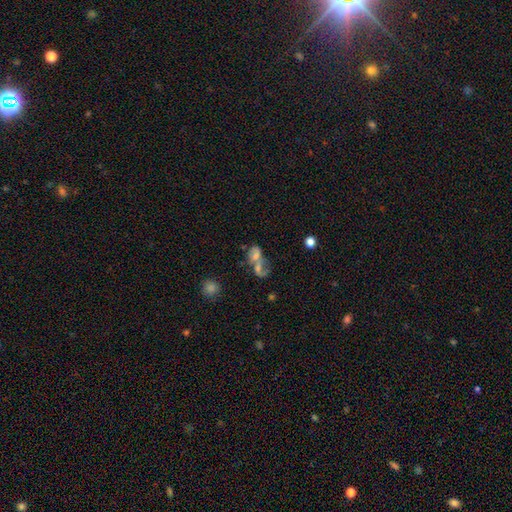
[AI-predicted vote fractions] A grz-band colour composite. It shows a smooth galaxy with no disk features (47%). Merging: merger (60%).